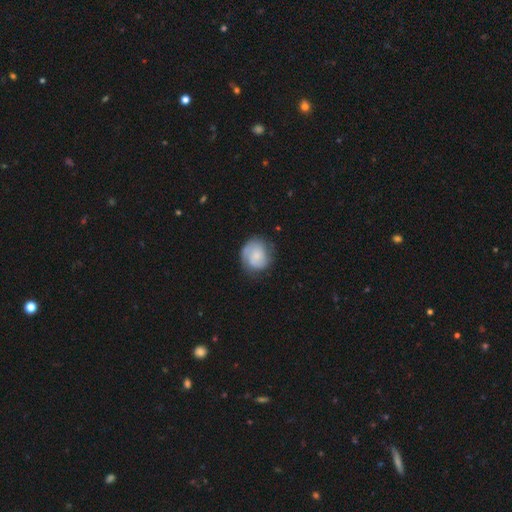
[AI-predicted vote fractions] The model was most divided on "smooth or featured": featured or disk: 47%, smooth: 46%, star or artifact: 7%. More confident: merging — none (68%).